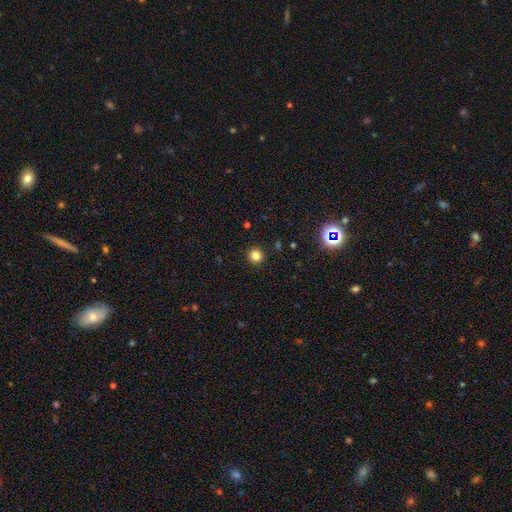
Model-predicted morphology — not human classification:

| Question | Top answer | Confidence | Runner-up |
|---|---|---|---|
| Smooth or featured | smooth | 81% | star or artifact (15%) |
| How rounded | round | 95% | in between (4%) |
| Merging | none | 93% | minor disturbance (5%) |